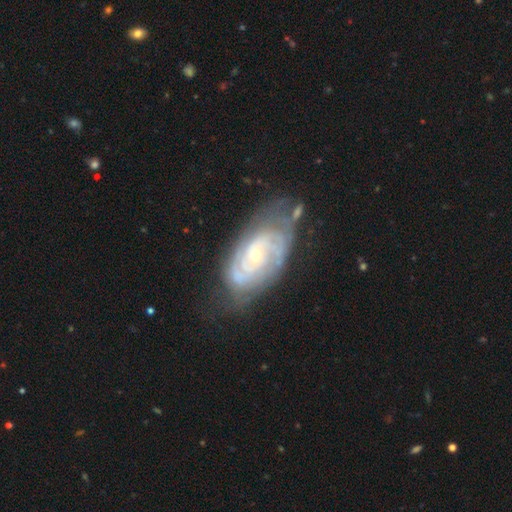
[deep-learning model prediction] A featured or disk galaxy (86%) with no bar (71%), 2 (37%) tight (72%) spiral arms (95%) and a small central bulge (66%). Merging: none (60%).